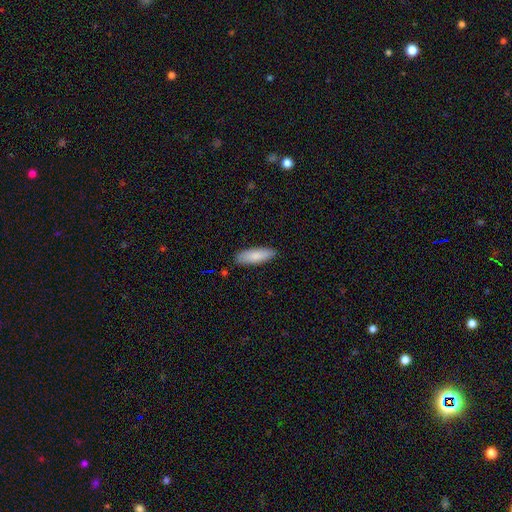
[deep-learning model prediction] Smooth or featured: smooth — 84% (featured or disk — 11%)
How rounded: in between — 52% (cigar-shaped — 46%)
Merging: none — 87% (minor disturbance — 10%)